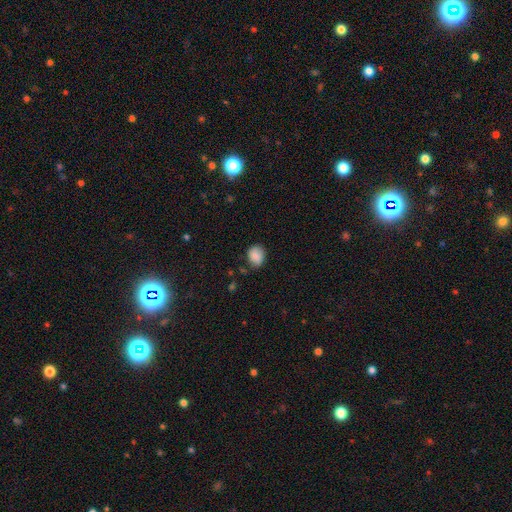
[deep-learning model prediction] The model was most divided on "how rounded": round: 51%, in between: 48%, cigar-shaped: 1%. More confident: smooth or featured — smooth (85%); merging — none (69%).